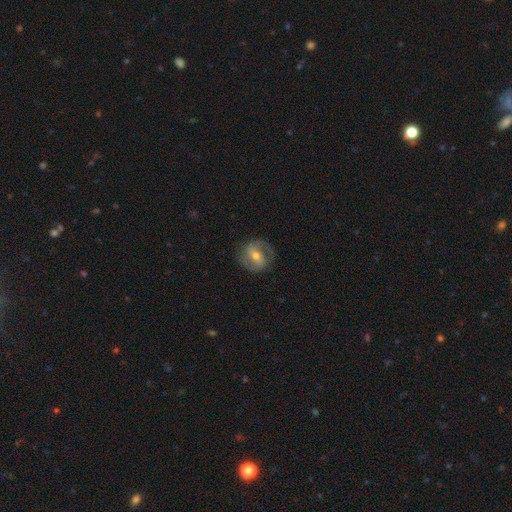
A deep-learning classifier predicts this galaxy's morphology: Smooth or featured? featured or disk (69%)
Edge-on disk? no (96%)
Bar? strong (40%, tied with weak)
Spiral arms? yes (79%)
Spiral winding? medium (48%)
Spiral arm count? 2 (83%)
Bulge size? moderate (58%)
Merging? none (78%)